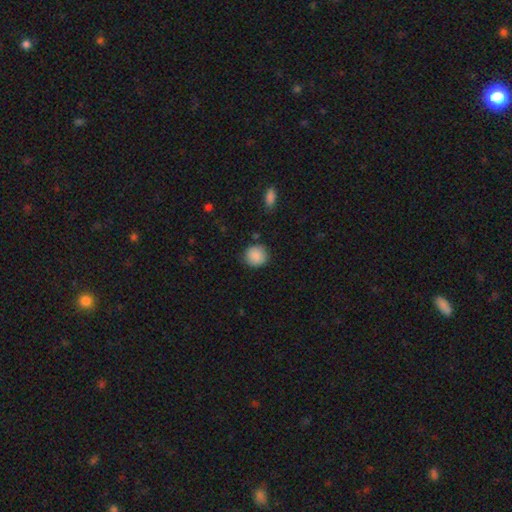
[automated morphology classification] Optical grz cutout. It shows a smooth galaxy with no disk features (89%) that is round (90%). Merging: none (86%).